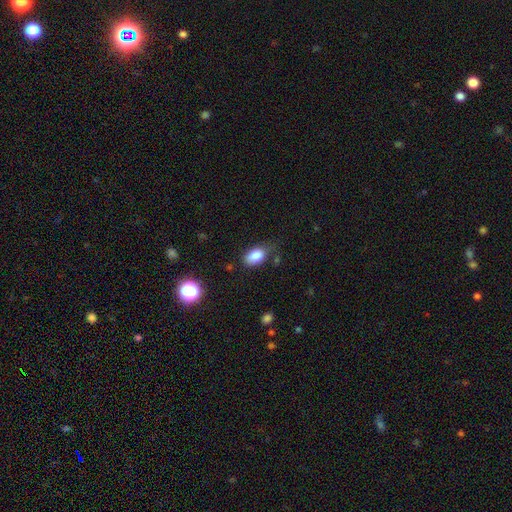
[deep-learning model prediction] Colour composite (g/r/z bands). It shows a smooth galaxy with no disk features (84%) that is in between round and cigar-shaped (89%). Merging: none (64%).